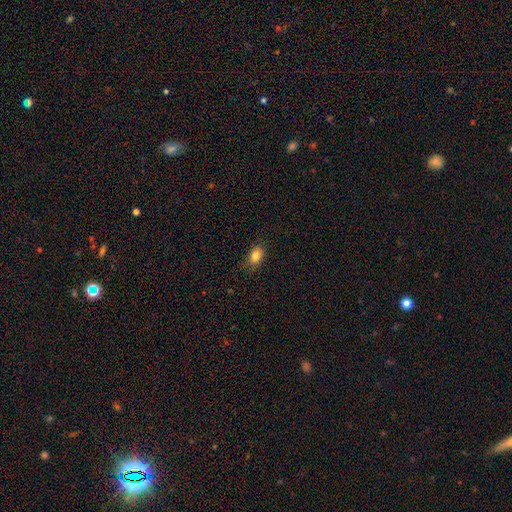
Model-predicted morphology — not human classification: smooth 84%, star or artifact 10%, featured or disk 6%. Down the decision tree: how rounded — in between (77%); merging — none (81%).